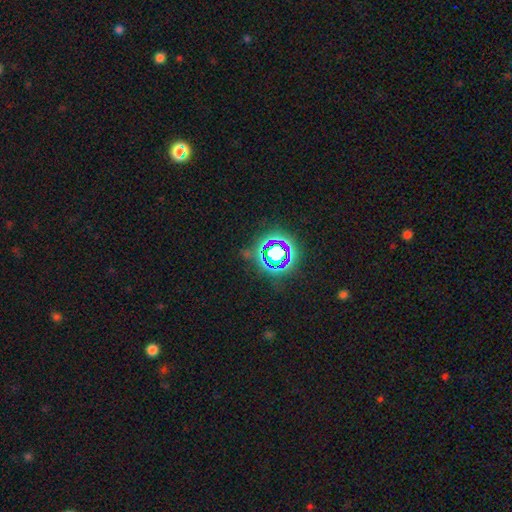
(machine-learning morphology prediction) Q: Smooth or featured?
A: star or artifact (77%); runner-up: smooth (15%)